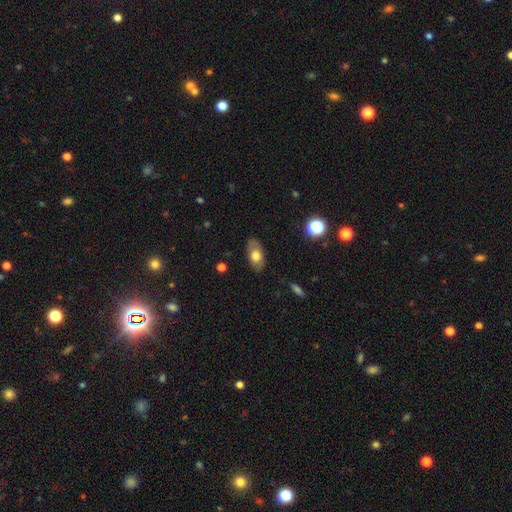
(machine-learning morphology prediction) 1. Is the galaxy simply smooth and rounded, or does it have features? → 65% smooth, 27% featured or disk, 8% star or artifact.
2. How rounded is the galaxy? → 90% in between, 7% round, 3% cigar-shaped.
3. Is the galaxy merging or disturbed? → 82% none, 14% minor disturbance, 3% major disturbance, 1% merger.